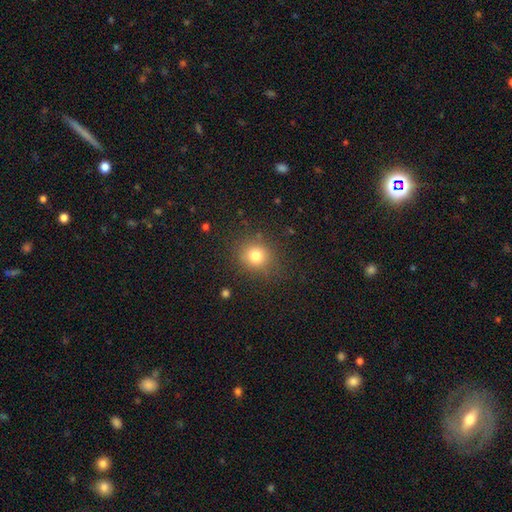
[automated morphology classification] Smooth or featured: smooth — 79% (star or artifact — 14%)
How rounded: round — 86% (in between — 13%)
Merging: none — 85% (minor disturbance — 10%)